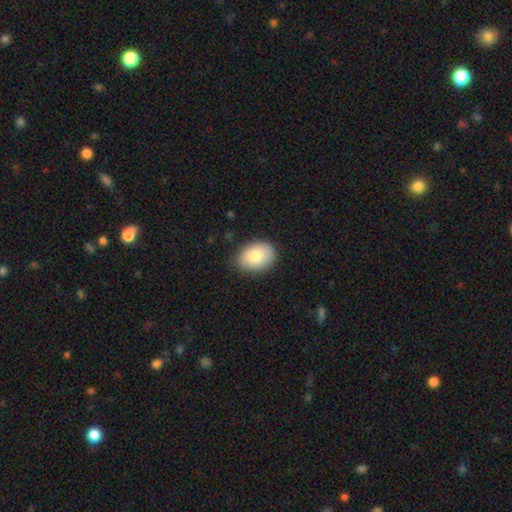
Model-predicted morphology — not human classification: Smooth or featured?
  - smooth: 83% *
  - featured or disk: 10%
  - star or artifact: 7%
How rounded?
  - in between: 75% *
  - round: 24%
  - cigar-shaped: 1%
Merging?
  - none: 83% *
  - minor disturbance: 13%
  - major disturbance: 3%
  - merger: 1%